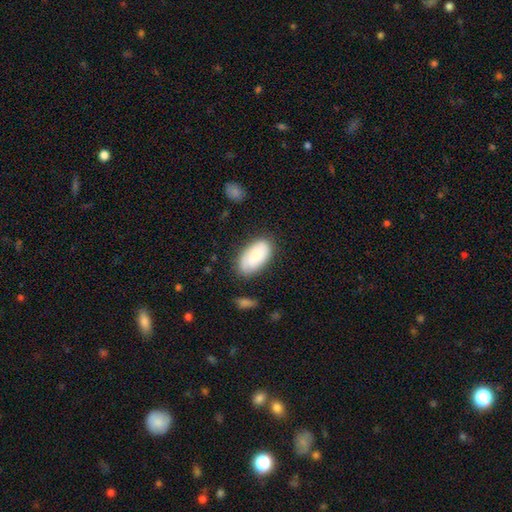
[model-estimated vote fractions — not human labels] smooth-or-featured: smooth: 73% | featured or disk: 21% | star or artifact: 7%
  how-rounded: in between: 94% | round: 3% | cigar-shaped: 3%
  merging: none: 71% | minor disturbance: 20% | major disturbance: 5% | merger: 3%